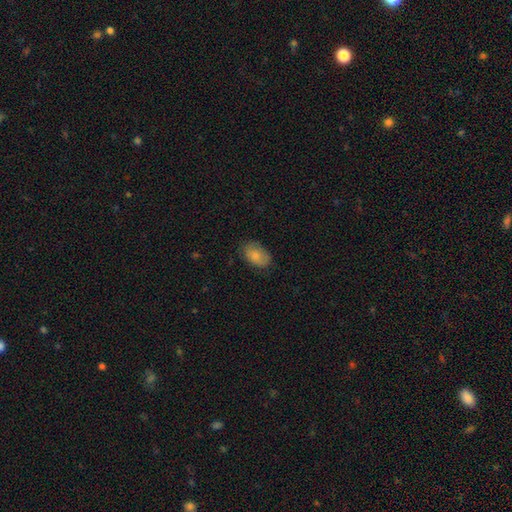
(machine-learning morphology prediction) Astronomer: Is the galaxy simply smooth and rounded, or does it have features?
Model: smooth — 82%.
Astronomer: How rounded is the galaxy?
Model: in between — 89%.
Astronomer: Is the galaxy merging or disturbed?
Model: none — 75%.